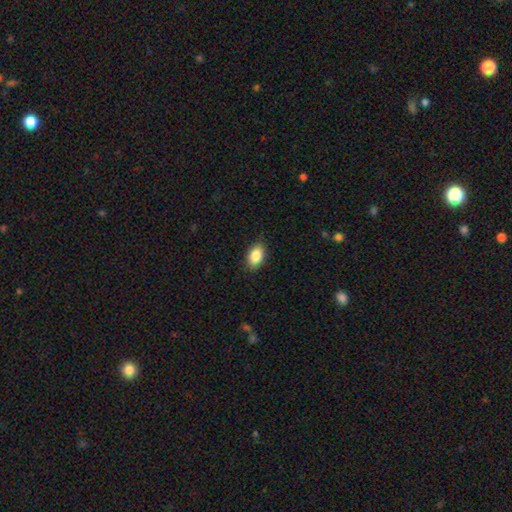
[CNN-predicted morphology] Q: Smooth or featured?
A: smooth (86%); runner-up: star or artifact (7%)
Q: How rounded?
A: in between (89%); runner-up: round (9%)
Q: Merging?
A: none (86%); runner-up: minor disturbance (11%)